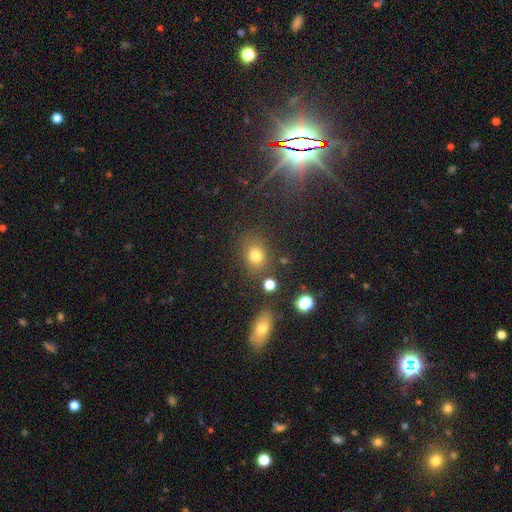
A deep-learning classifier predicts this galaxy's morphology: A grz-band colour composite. It shows a smooth galaxy with no disk features (75%) that is round (62%). Merging: none (76%).